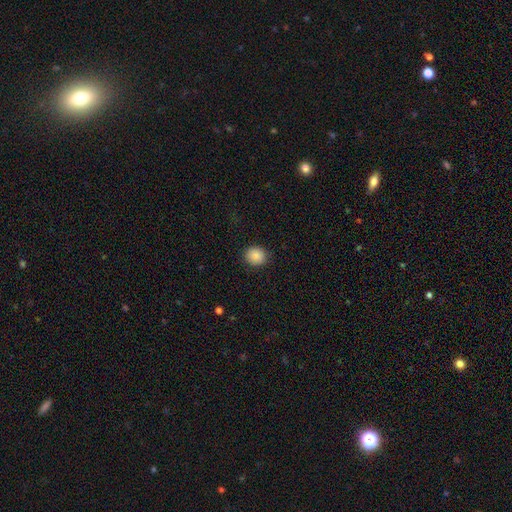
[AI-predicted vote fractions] The model was most divided on "how rounded": round: 75%, in between: 24%, cigar-shaped: 1%. More confident: merging — none (89%); smooth or featured — smooth (88%).